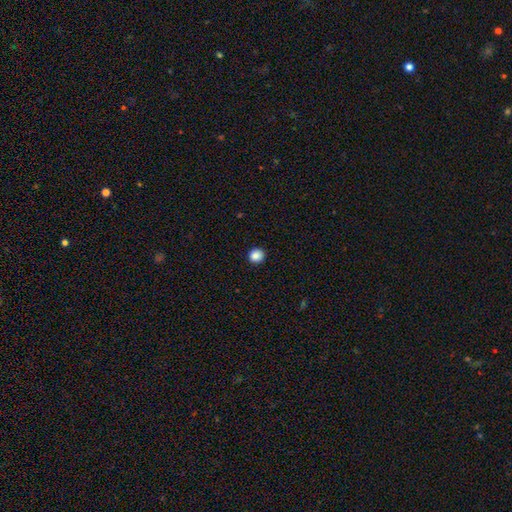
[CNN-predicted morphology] Smooth or featured?
  - smooth: 87% *
  - star or artifact: 10%
  - featured or disk: 3%
How rounded?
  - round: 94% *
  - in between: 5%
  - cigar-shaped: 1%
Merging?
  - none: 93% *
  - minor disturbance: 4%
  - major disturbance: 2%
  - merger: 1%